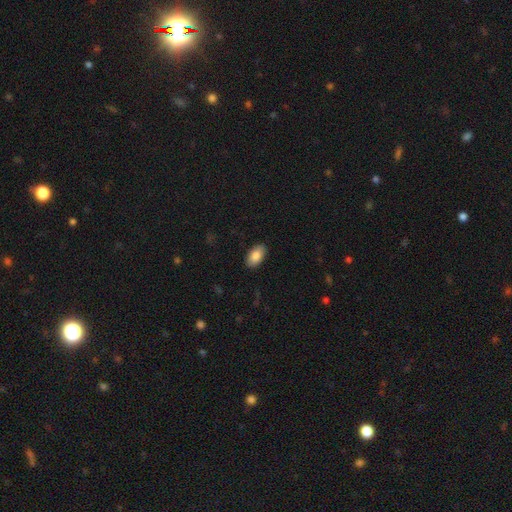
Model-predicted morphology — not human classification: smooth 85%, featured or disk 8%, star or artifact 6%. Down the decision tree: how rounded — in between (94%); merging — none (88%).